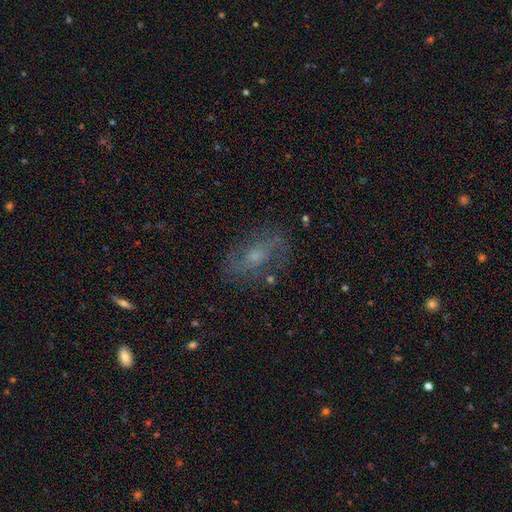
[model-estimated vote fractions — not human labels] Overall: featured or disk (64%). Edge-on disk: no (93%). Bar: no (56%; weak 35%). Spiral arms: yes (81%). Bulge size: small (50%; moderate 38%). Merging: none (72%).